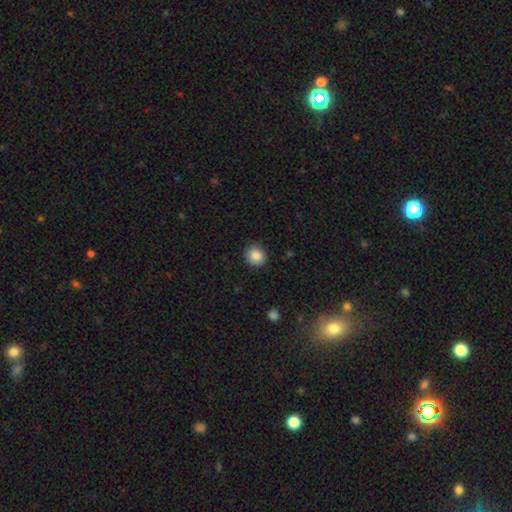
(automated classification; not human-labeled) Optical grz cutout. It shows a smooth galaxy with no disk features (87%) that is round (91%). Merging: none (91%).